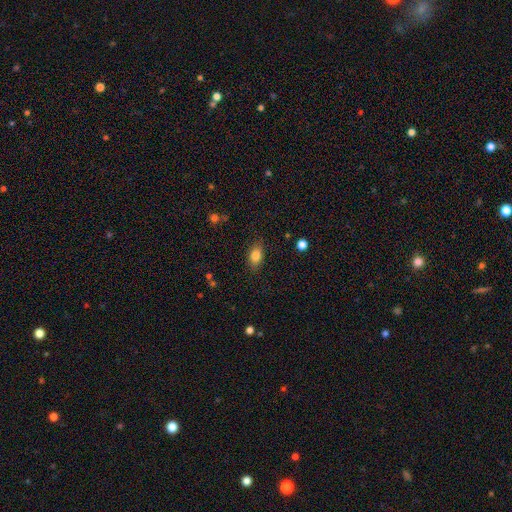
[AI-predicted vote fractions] The model was most divided on "how rounded": in between: 82%, round: 15%, cigar-shaped: 3%. More confident: merging — none (84%); smooth or featured — smooth (83%).